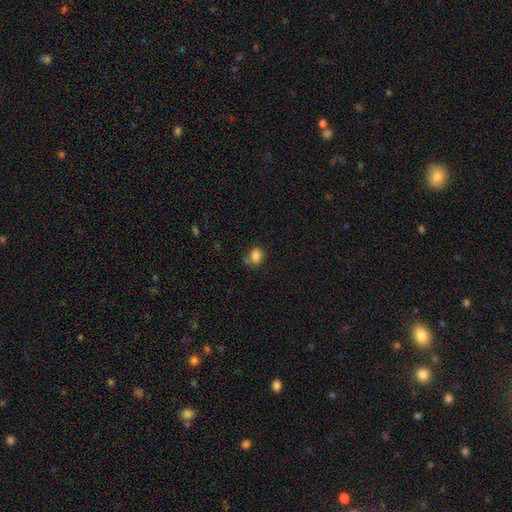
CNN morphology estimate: This is clearly a smooth galaxy (83%). How rounded: likely in between (65%). Merging: possibly none (57%).